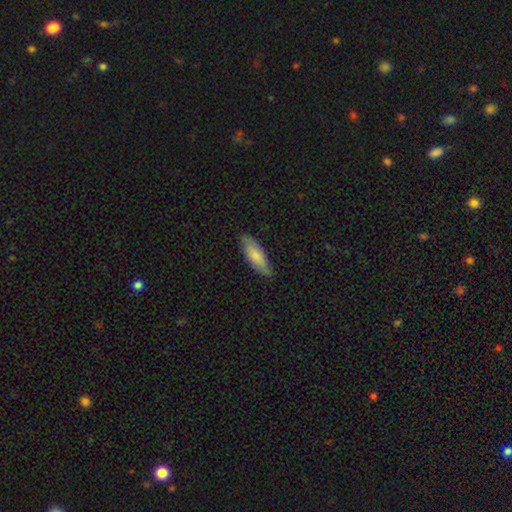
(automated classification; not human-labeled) Smooth or featured: smooth — 76% (featured or disk — 19%)
How rounded: in between — 63% (cigar-shaped — 36%)
Merging: none — 79% (minor disturbance — 17%)